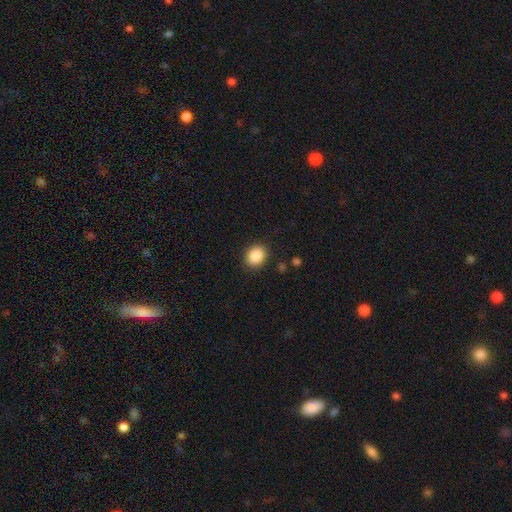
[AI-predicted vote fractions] smooth 88%, star or artifact 8%, featured or disk 3%. Down the decision tree: how rounded — round (52%); merging — none (88%).